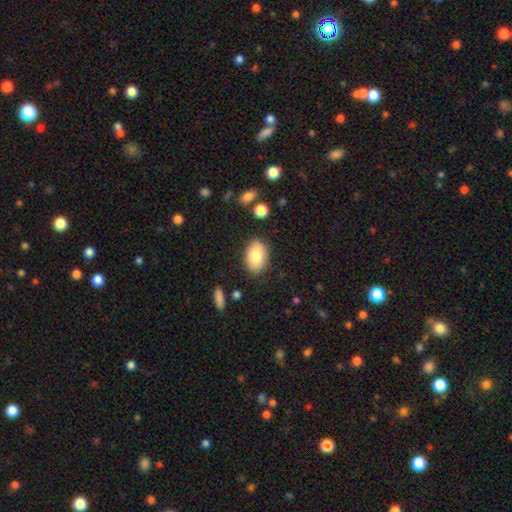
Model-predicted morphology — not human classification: Smooth or featured? smooth (80%)
How rounded? in between (89%)
Merging? none (81%)